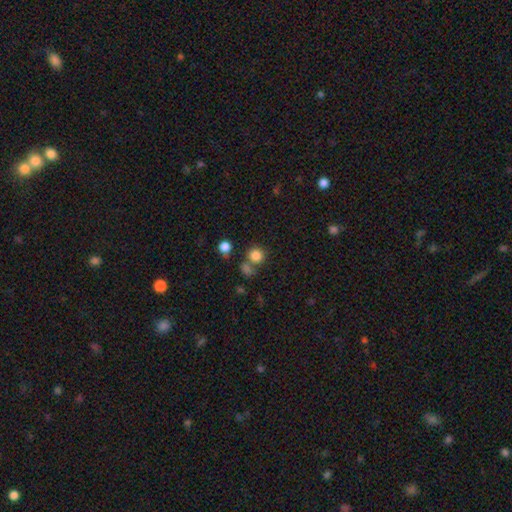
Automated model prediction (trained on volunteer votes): This is clearly a smooth galaxy (82%). How rounded: clearly round (90%). Merging: likely none (65%).